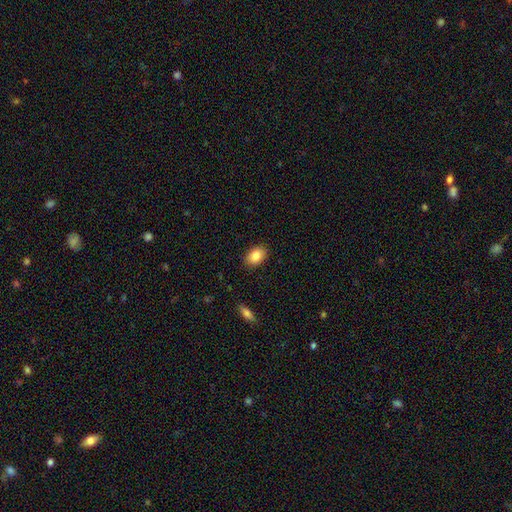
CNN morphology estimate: A smooth galaxy with no disk features (85%) that is in between round and cigar-shaped (82%). Merging: none (88%).